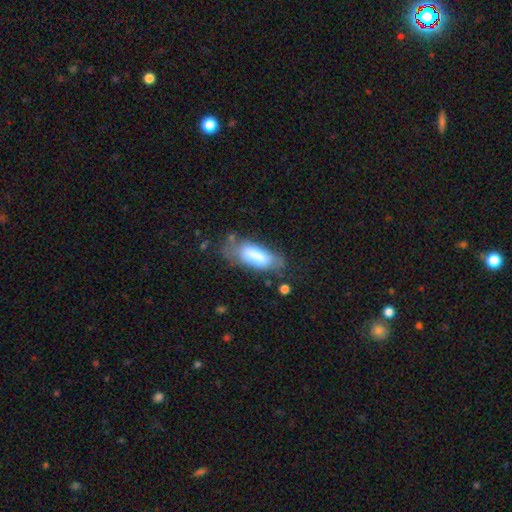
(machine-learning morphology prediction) Smooth or featured? smooth (73%)
How rounded? in between (76%)
Merging? none (46%)